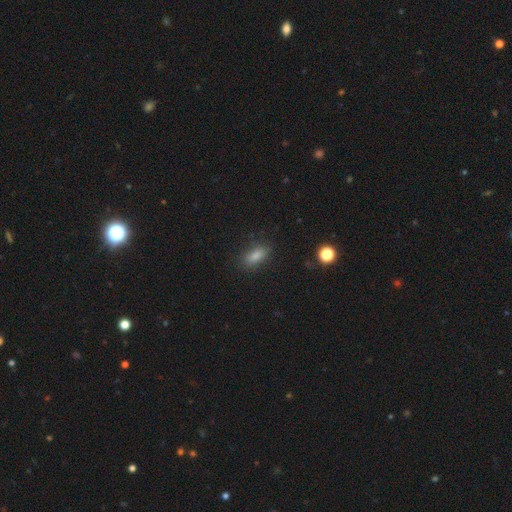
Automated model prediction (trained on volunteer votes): smooth_or_featured: smooth (p=0.82) [alt: star or artifact p=0.11]
how_rounded: in between (p=0.81) [alt: cigar-shaped p=0.14]
merging: none (p=0.81) [alt: minor disturbance p=0.13]